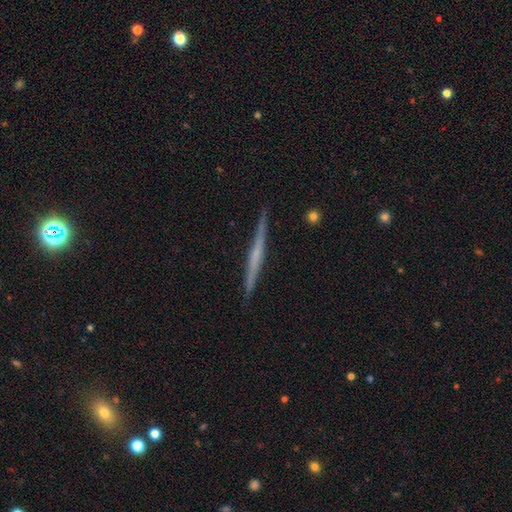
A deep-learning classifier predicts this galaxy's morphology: Smooth or featured? featured or disk (65%)
Edge-on disk? yes (98%)
Edge-on bulge? none (66%)
Merging? none (92%)